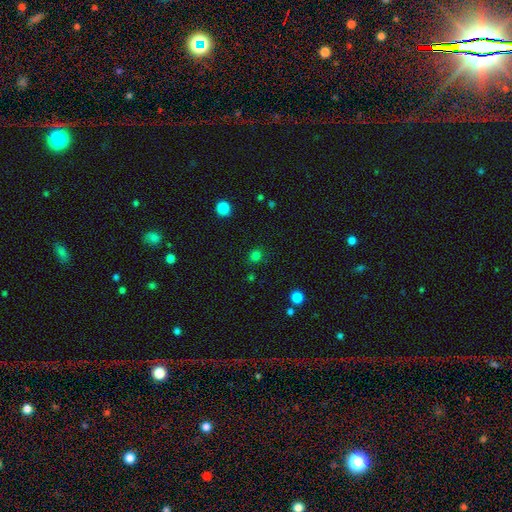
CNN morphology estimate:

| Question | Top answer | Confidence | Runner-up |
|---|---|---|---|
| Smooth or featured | smooth | 78% | star or artifact (18%) |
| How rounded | round | 84% | in between (15%) |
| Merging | none | 87% | minor disturbance (8%) |